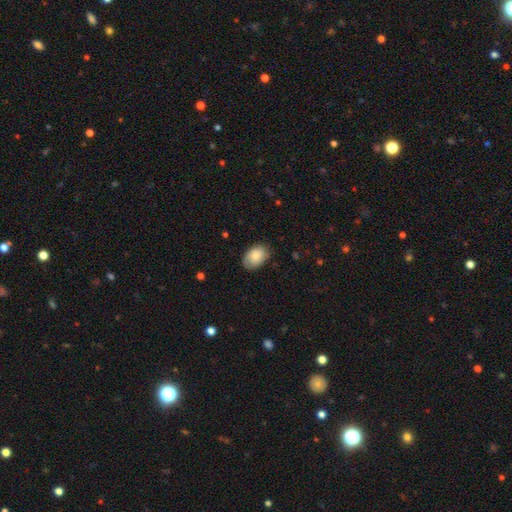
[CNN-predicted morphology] Smooth or featured? smooth (75%)
How rounded? in between (85%)
Merging? none (75%)